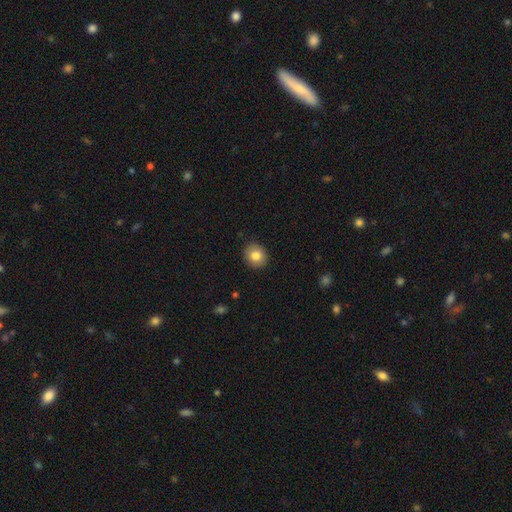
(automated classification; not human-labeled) smooth_or_featured: smooth (p=0.82) [alt: featured or disk p=0.09]
how_rounded: round (p=0.76) [alt: in between p=0.23]
merging: none (p=0.90) [alt: minor disturbance p=0.08]